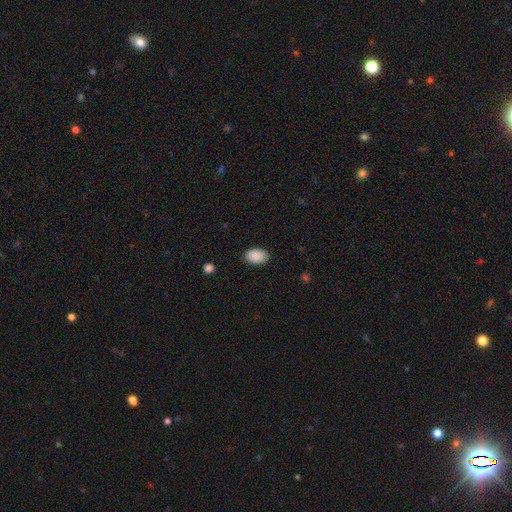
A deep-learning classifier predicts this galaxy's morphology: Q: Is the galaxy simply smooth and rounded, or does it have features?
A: smooth — 90%.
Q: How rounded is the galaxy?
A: in between — 90%.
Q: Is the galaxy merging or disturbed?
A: none — 87%.